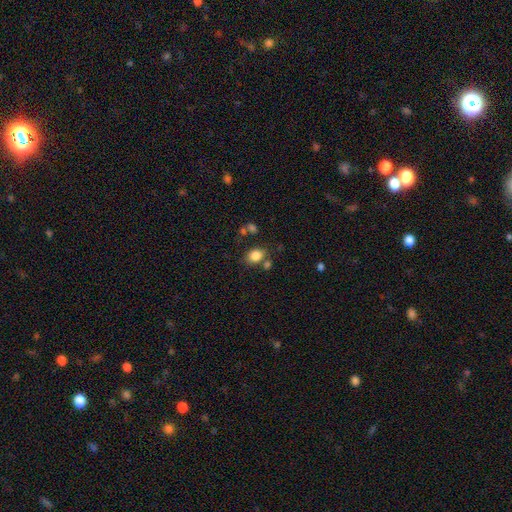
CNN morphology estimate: Smooth or featured? smooth (83%)
How rounded? in between (54%)
Merging? none (66%)